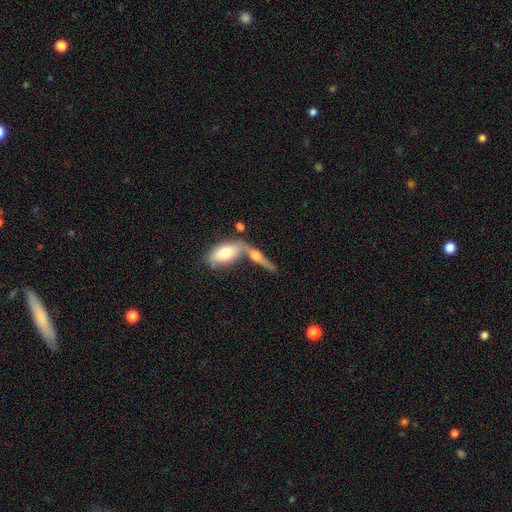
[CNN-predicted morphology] featured or disk 47%, smooth 46%, star or artifact 7%. Down the decision tree: merging — merger (51%).